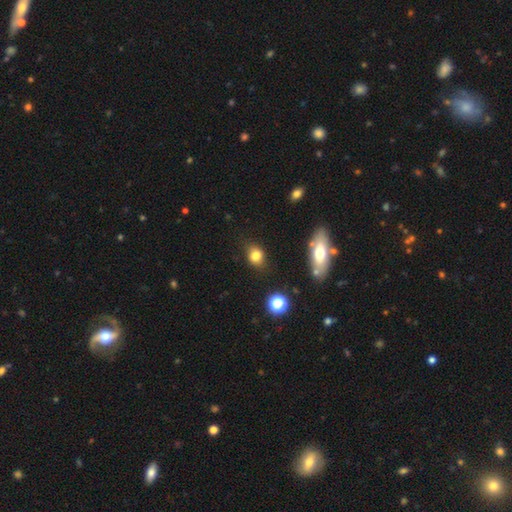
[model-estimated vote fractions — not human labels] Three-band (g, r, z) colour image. It shows a smooth galaxy with no disk features (79%) that is round (49%, tied with in between). Merging: none (79%).